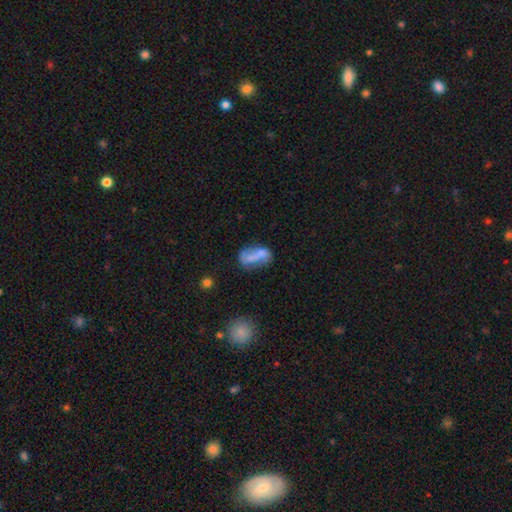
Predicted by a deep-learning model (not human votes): Smooth or featured? Predicted: smooth (p=0.50). Merging? Predicted: none (p=0.42).